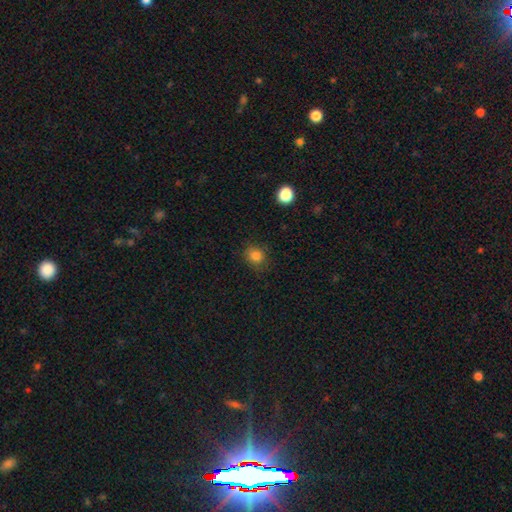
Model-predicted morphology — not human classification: Smooth or featured? smooth (83%)
How rounded? round (76%)
Merging? none (82%)